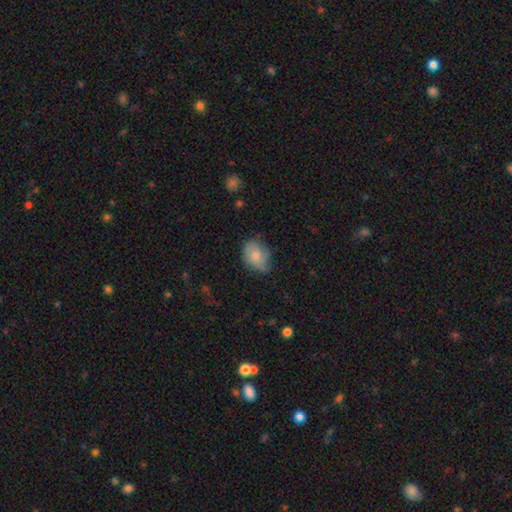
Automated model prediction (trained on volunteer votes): This appears to be a smooth galaxy with no disk features (67%) that is in between round and cigar-shaped (65%). Merging: none (53%).